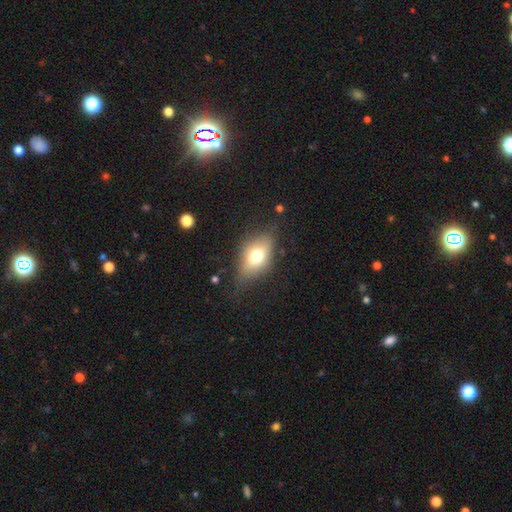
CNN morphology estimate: This is likely a smooth galaxy (63%). How rounded: clearly in between (82%). Merging: likely none (64%).